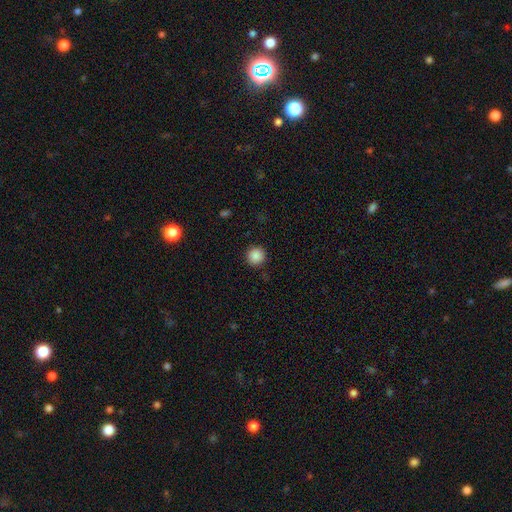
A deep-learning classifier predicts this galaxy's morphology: smooth-or-featured: smooth: 87% | star or artifact: 10% | featured or disk: 3%
  how-rounded: round: 95% | in between: 4% | cigar-shaped: 1%
  merging: none: 91% | minor disturbance: 6% | major disturbance: 2% | merger: 1%